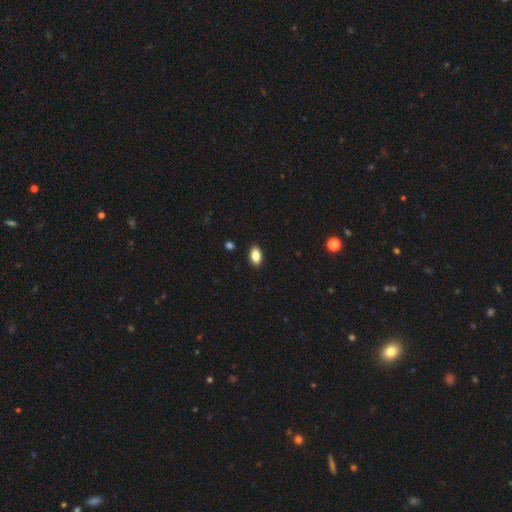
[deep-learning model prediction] smooth-or-featured: smooth: 86% | star or artifact: 8% | featured or disk: 6%
  how-rounded: in between: 91% | round: 6% | cigar-shaped: 3%
  merging: none: 90% | minor disturbance: 8% | major disturbance: 2% | merger: 1%